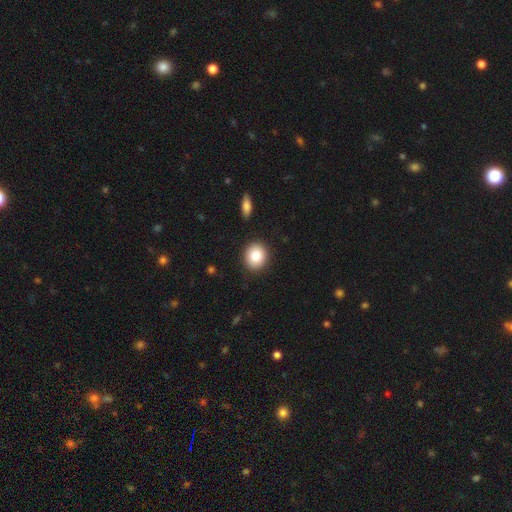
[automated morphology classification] A smooth galaxy with no disk features (82%) that is round (74%).

Vote fractions:
- Smooth or featured? smooth: 82% / featured or disk: 9% / star or artifact: 9%
- How rounded? round: 74% / in between: 25% / cigar-shaped: 1%
- Merging? none: 90% / minor disturbance: 7% / major disturbance: 2% / merger: 2%